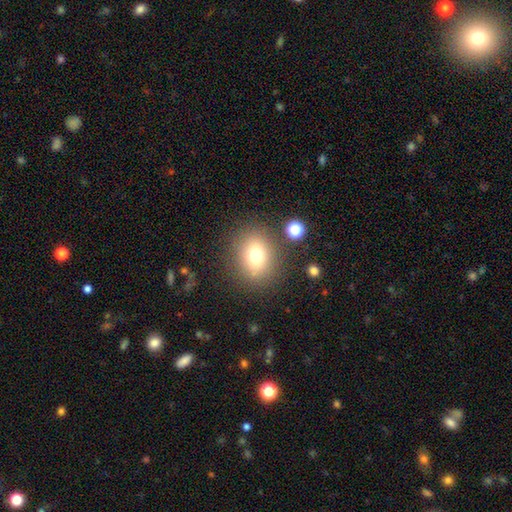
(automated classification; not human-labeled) smooth_or_featured: smooth (p=0.74) [alt: star or artifact p=0.14]
how_rounded: round (p=0.62) [alt: in between p=0.37]
merging: none (p=0.81) [alt: minor disturbance p=0.10]